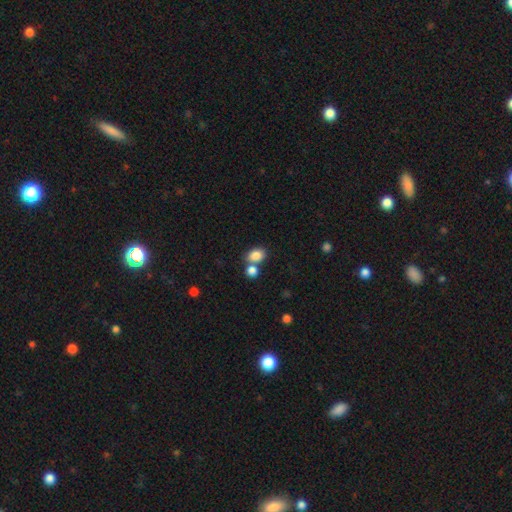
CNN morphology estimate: Overall: smooth (84%). How rounded: in between (63%; round 36%). Merging: none (53%; merger 34%).